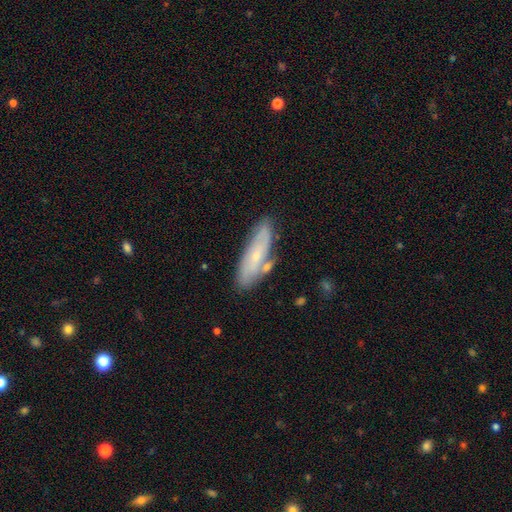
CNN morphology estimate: Overall: featured or disk (50%; smooth 43%). Merging: none (72%).